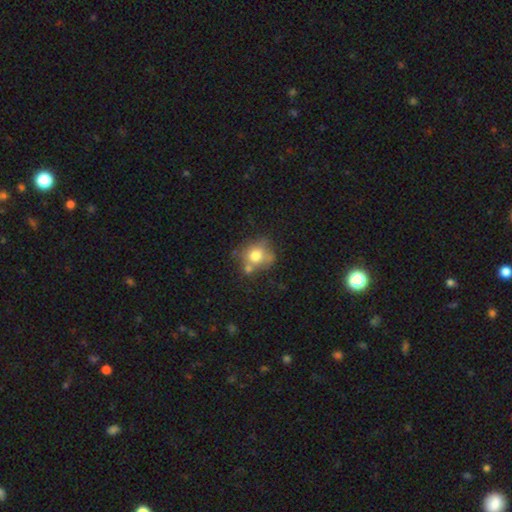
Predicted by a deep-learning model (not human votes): The model was most divided on "merging": none: 49%, merger: 23%, minor disturbance: 20%, major disturbance: 9%. More confident: how rounded — round (72%); smooth or featured — smooth (70%).